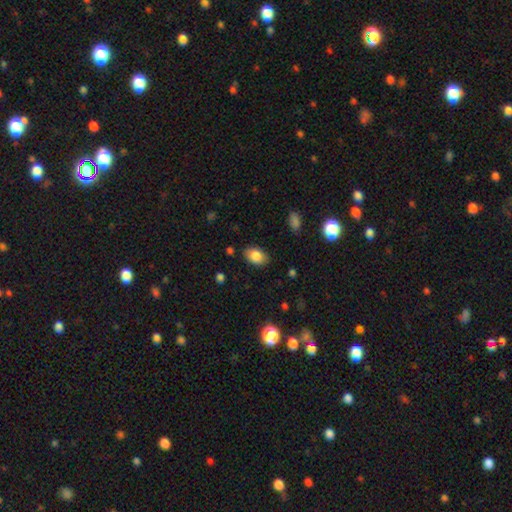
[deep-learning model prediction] Overall: smooth (84%). How rounded: in between (86%). Merging: none (84%).